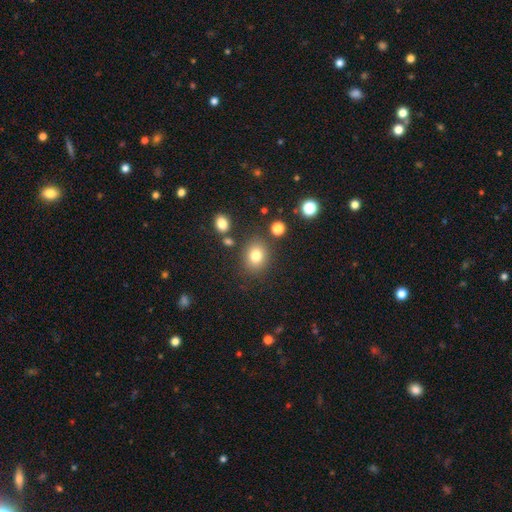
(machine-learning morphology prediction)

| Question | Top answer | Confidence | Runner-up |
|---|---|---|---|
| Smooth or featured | smooth | 79% | star or artifact (13%) |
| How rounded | round | 64% | in between (35%) |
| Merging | none | 80% | minor disturbance (10%) |